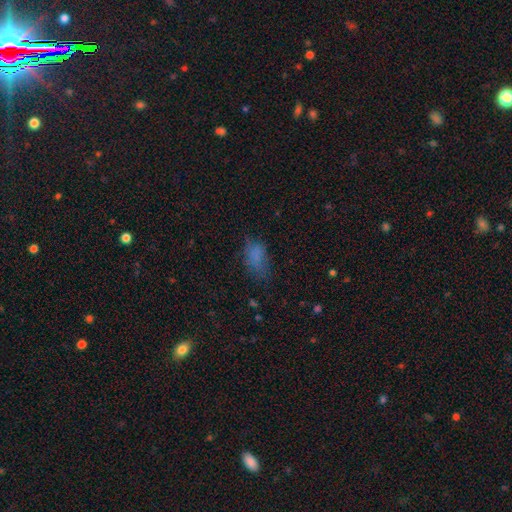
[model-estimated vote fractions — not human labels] smooth_or_featured: smooth (p=0.70) [alt: star or artifact p=0.16]
how_rounded: in between (p=0.87) [alt: round p=0.07]
merging: none (p=0.53) [alt: minor disturbance p=0.27]